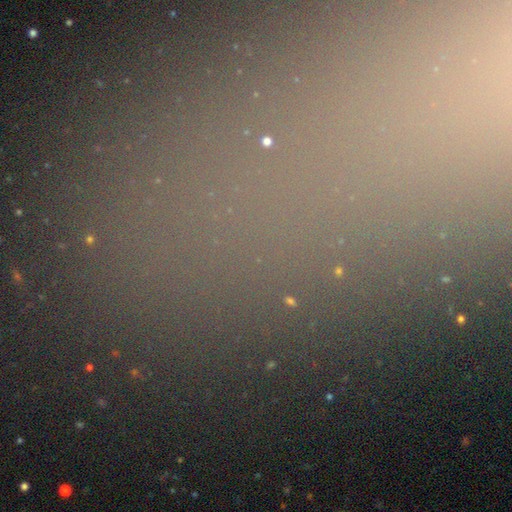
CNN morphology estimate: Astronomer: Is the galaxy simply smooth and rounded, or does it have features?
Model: star or artifact — 70%.